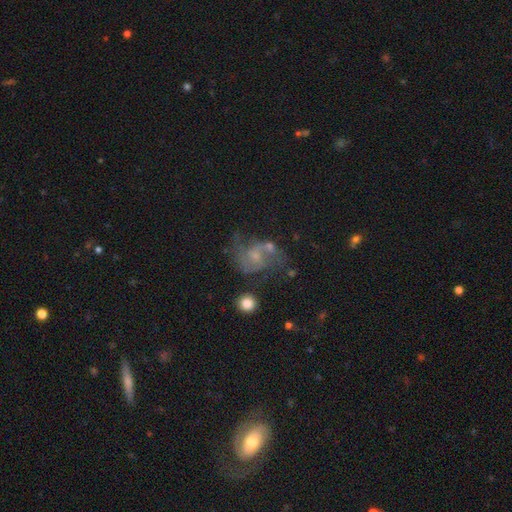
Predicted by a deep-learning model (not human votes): The model was most divided on "spiral winding": medium: 49%, loose: 36%, tight: 15%. Remaining: edge-on disk — no (98%); spiral arms — yes (89%); spiral arm count — 2 (79%); smooth or featured — featured or disk (74%); bar — no (57%); bulge size — small (56%); merging — none (46%).